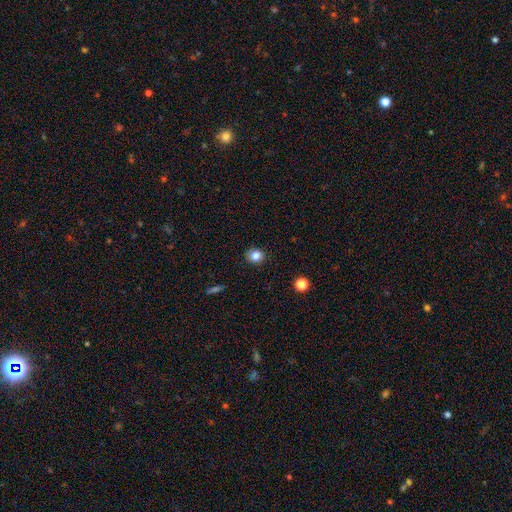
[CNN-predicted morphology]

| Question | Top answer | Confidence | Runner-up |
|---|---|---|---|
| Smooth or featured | smooth | 82% | star or artifact (11%) |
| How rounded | round | 78% | in between (21%) |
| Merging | none | 87% | minor disturbance (10%) |